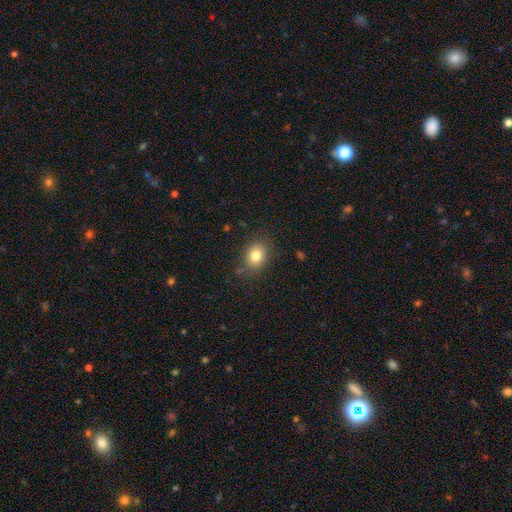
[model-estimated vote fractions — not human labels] This appears to be a smooth galaxy with no disk features (80%) that is in between round and cigar-shaped (57%). Merging: none (80%).